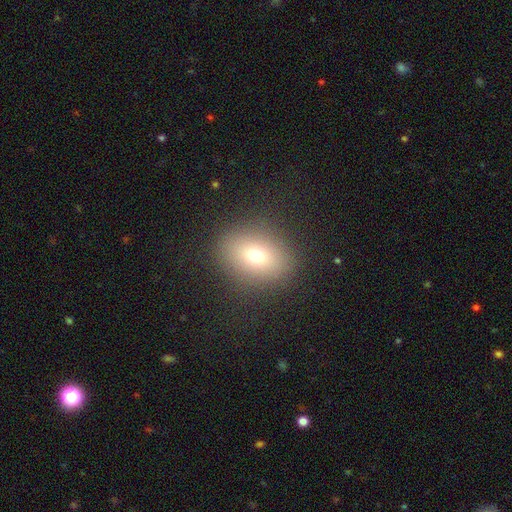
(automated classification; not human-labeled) Smooth or featured? Predicted: smooth (p=0.71). How rounded? Predicted: in between (p=0.51). Merging? Predicted: none (p=0.87).